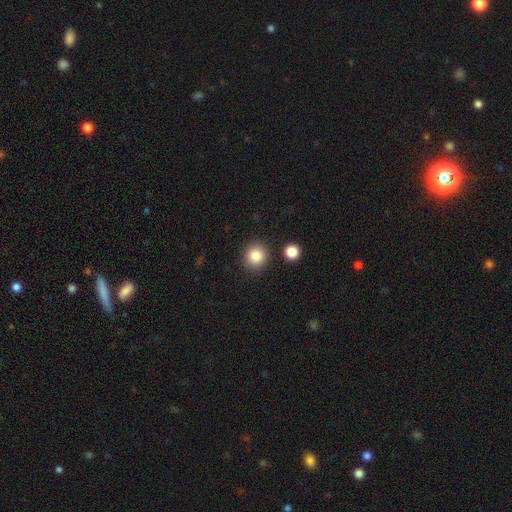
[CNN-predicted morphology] type=smooth (85%); roundness=round (90%); merging=none (87%).